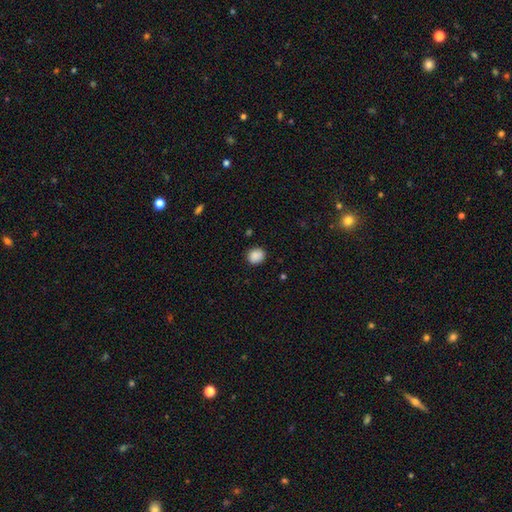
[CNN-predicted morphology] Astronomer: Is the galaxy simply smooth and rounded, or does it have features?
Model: smooth — 88%.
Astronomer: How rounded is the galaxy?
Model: round — 76%.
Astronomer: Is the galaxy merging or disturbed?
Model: none — 87%.